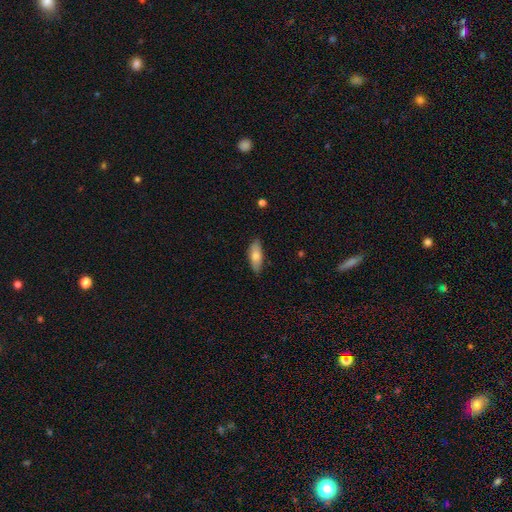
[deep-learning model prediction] Smooth or featured?
  - smooth: 75% *
  - featured or disk: 19%
  - star or artifact: 6%
How rounded?
  - in between: 71% *
  - cigar-shaped: 27%
  - round: 2%
Merging?
  - none: 83% *
  - minor disturbance: 14%
  - major disturbance: 2%
  - merger: 1%